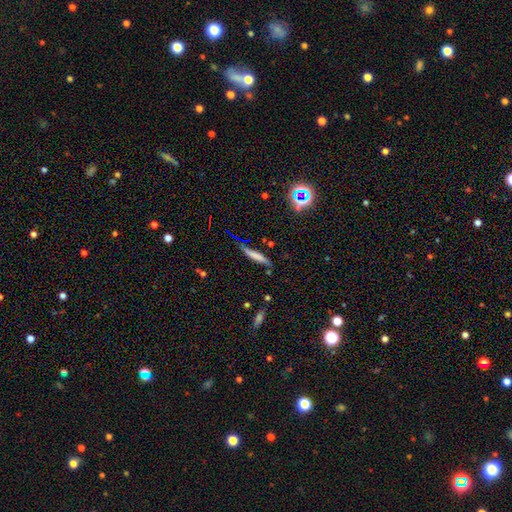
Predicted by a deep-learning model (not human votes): smooth 65%, featured or disk 24%, star or artifact 10%. Down the decision tree: how rounded — cigar-shaped (88%); merging — none (68%).